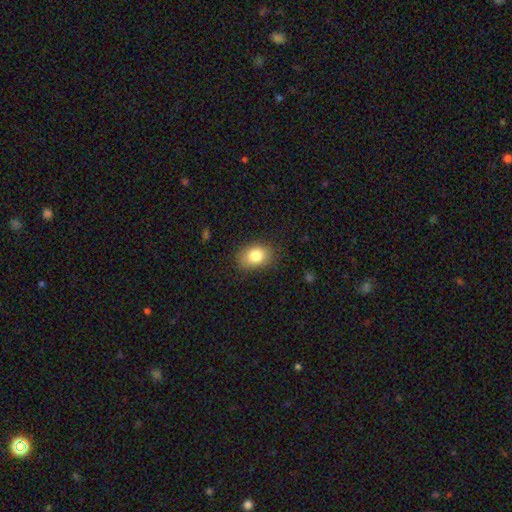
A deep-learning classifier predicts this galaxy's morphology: Smooth or featured? Predicted: smooth (p=0.82). How rounded? Predicted: in between (p=0.71). Merging? Predicted: none (p=0.81).